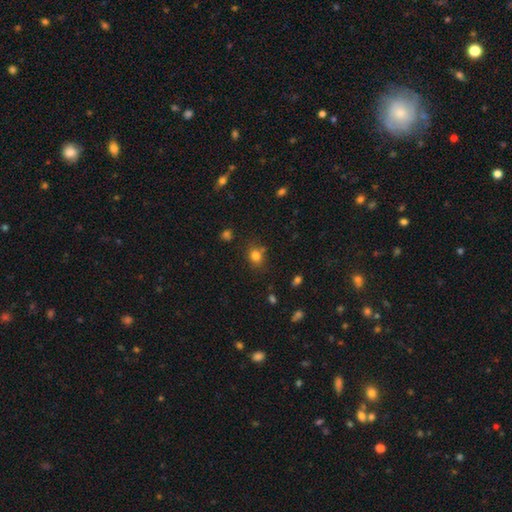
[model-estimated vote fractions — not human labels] smooth 80%, star or artifact 14%, featured or disk 7%. Down the decision tree: how rounded — round (59%); merging — none (74%).